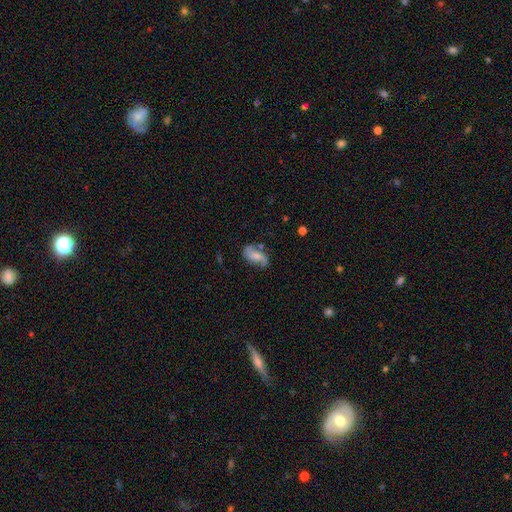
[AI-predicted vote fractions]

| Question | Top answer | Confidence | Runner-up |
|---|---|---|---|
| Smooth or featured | featured or disk | 48% | smooth (44%) |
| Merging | none | 56% | minor disturbance (28%) |